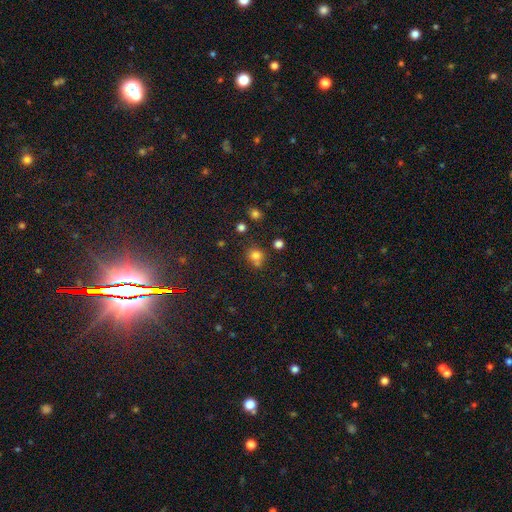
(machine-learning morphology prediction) Smooth or featured? smooth (76%)
How rounded? round (79%)
Merging? none (57%)